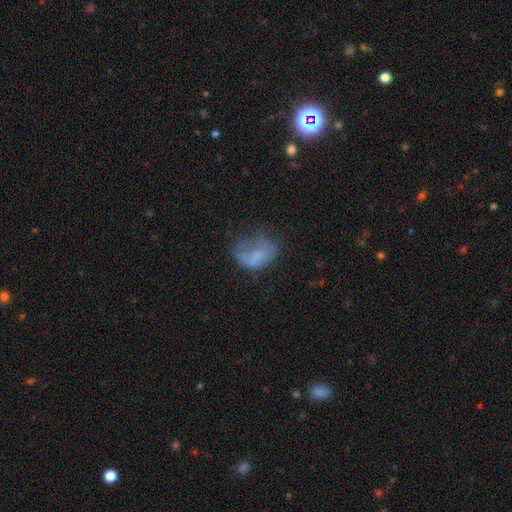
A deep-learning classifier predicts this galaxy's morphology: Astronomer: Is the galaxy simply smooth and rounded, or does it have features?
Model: smooth — 53% (runner-up: featured or disk, 34%).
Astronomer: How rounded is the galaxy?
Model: in between — 74%.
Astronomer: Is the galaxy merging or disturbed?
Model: none — 34% (runner-up: major disturbance, 33%).